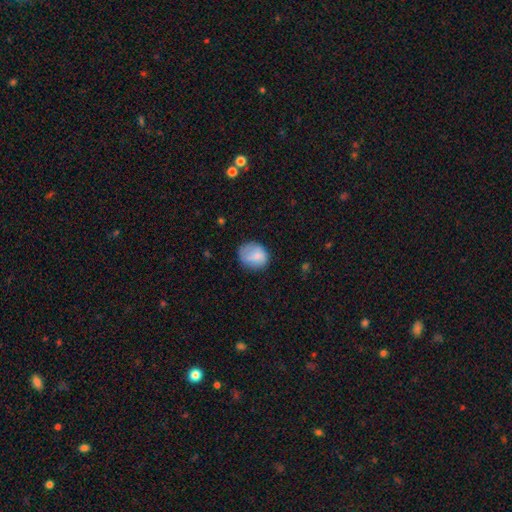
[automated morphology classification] A smooth galaxy with no disk features (79%) that is round (60%).

Vote fractions:
- Smooth or featured? smooth: 79% / featured or disk: 13% / star or artifact: 7%
- How rounded? round: 60% / in between: 39% / cigar-shaped: 1%
- Merging? none: 63% / minor disturbance: 25% / major disturbance: 10% / merger: 2%